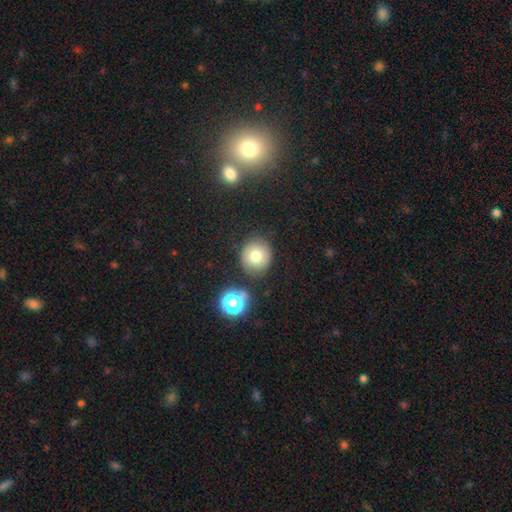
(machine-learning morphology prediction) This appears to be a smooth galaxy with no disk features (74%) that is round (87%). Merging: none (79%).